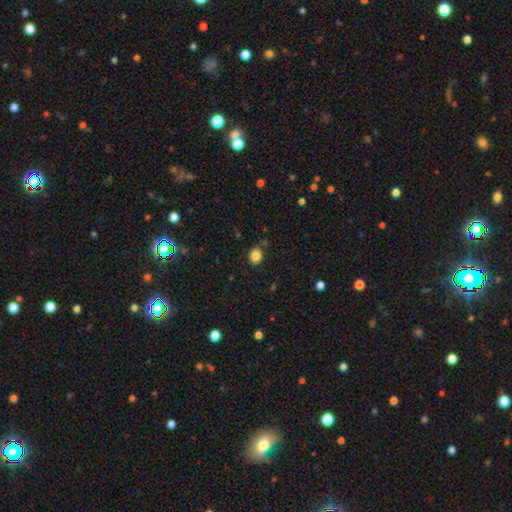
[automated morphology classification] Q: Smooth or featured?
A: smooth (85%); runner-up: star or artifact (10%)
Q: How rounded?
A: round (52%); runner-up: in between (47%)
Q: Merging?
A: none (82%); runner-up: minor disturbance (11%)